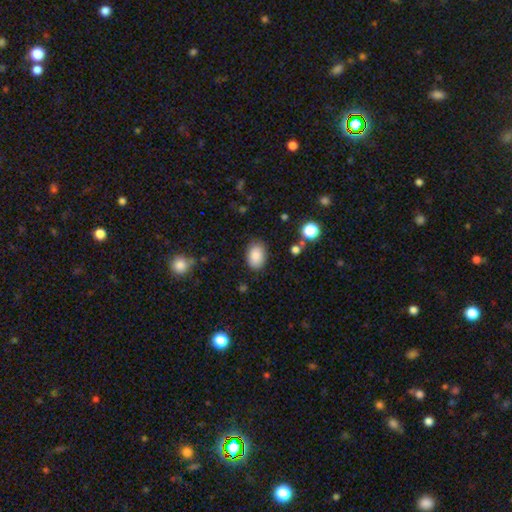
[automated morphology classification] smooth_or_featured: smooth (p=0.87) [alt: star or artifact p=0.08]
how_rounded: in between (p=0.84) [alt: round p=0.14]
merging: none (p=0.83) [alt: minor disturbance p=0.13]